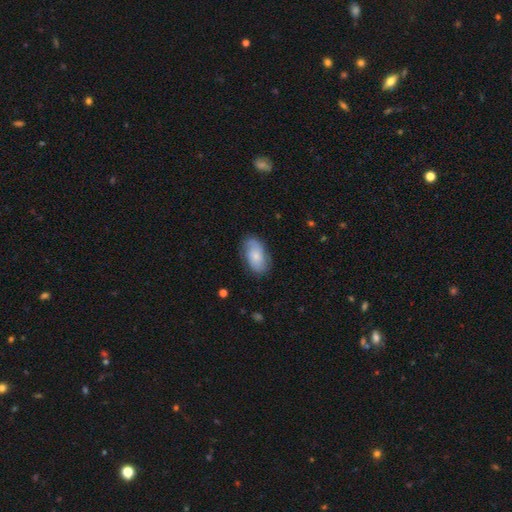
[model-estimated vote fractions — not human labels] The model was most divided on "smooth or featured": smooth: 61%, featured or disk: 33%, star or artifact: 7%. More confident: how rounded — in between (92%); merging — none (71%).